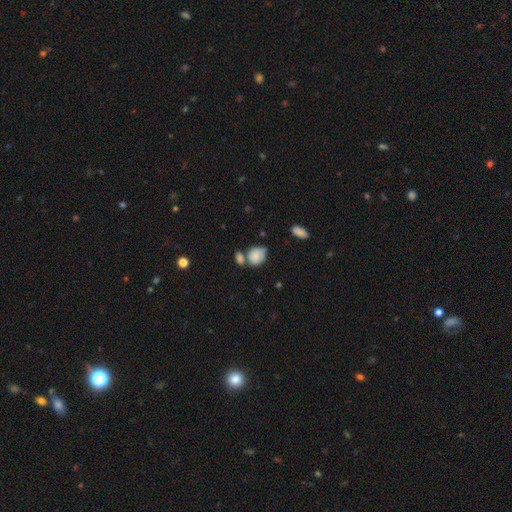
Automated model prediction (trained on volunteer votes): Smooth or featured? smooth (78%)
How rounded? in between (52%)
Merging? none (37%)